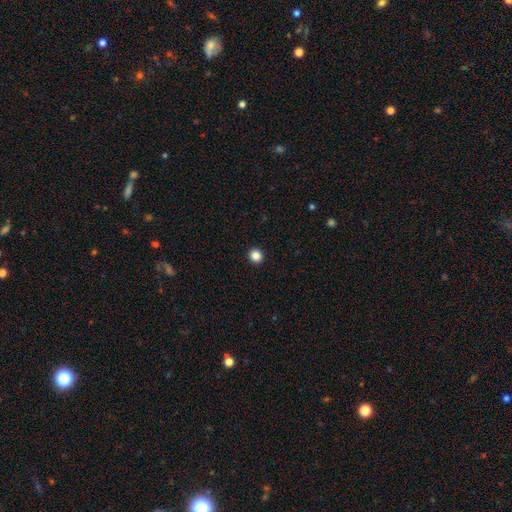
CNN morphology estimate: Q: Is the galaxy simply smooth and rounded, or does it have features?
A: smooth — 86%.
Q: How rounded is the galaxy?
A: round — 89%.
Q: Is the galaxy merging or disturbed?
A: none — 94%.